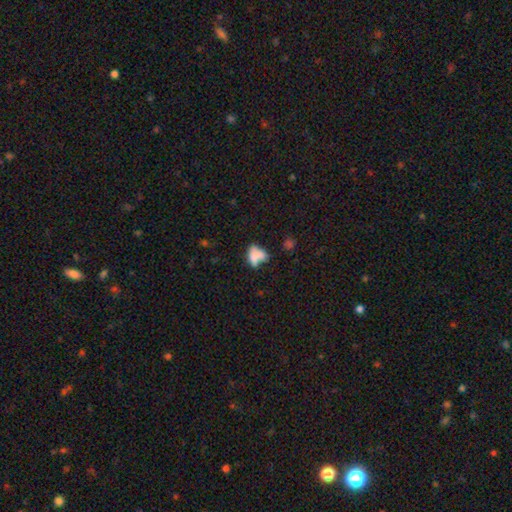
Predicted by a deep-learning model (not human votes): Q: Smooth or featured?
A: smooth (64%); runner-up: featured or disk (24%)
Q: How rounded?
A: in between (79%); runner-up: round (16%)
Q: Merging?
A: merger (42%); runner-up: none (25%)